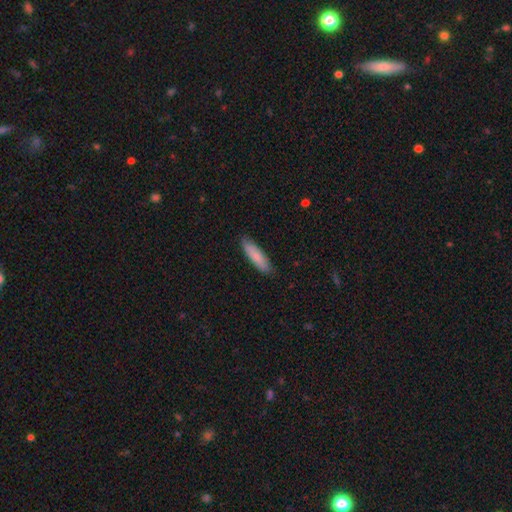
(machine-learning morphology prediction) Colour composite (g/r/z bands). It shows a smooth galaxy with no disk features (83%) that is cigar-shaped (71%). Merging: none (87%).